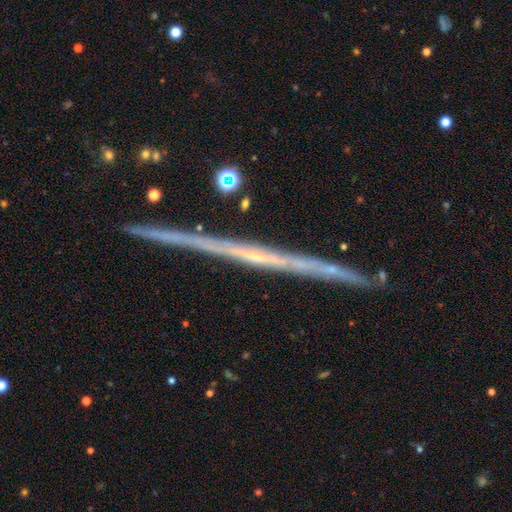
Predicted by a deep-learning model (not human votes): Q: Smooth or featured?
A: featured or disk (75%); runner-up: smooth (13%)
Q: Edge-on disk?
A: yes (97%); runner-up: no (3%)
Q: Edge-on bulge?
A: none (74%); runner-up: rounded (19%)
Q: Merging?
A: none (88%); runner-up: minor disturbance (8%)